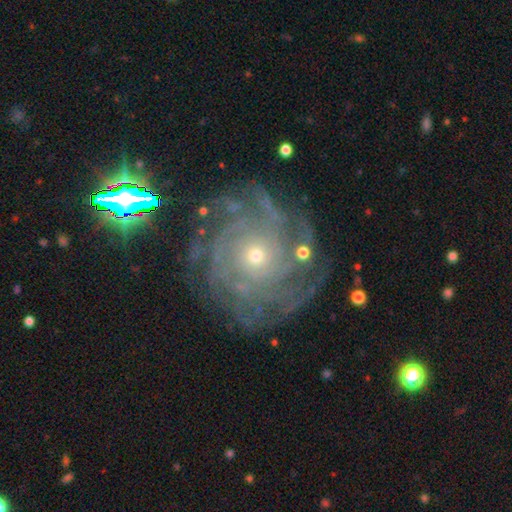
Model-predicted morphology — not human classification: Q: Smooth or featured?
A: featured or disk (87%); runner-up: star or artifact (7%)
Q: Edge-on disk?
A: no (98%); runner-up: yes (2%)
Q: Bar?
A: no (84%); runner-up: weak (12%)
Q: Spiral arms?
A: yes (96%); runner-up: no (4%)
Q: Spiral winding?
A: tight (75%); runner-up: medium (20%)
Q: Spiral arm count?
A: can't tell (25%); tied with: more than 4 (25%)
Q: Bulge size?
A: small (73%); runner-up: moderate (24%)
Q: Merging?
A: none (73%); runner-up: minor disturbance (15%)